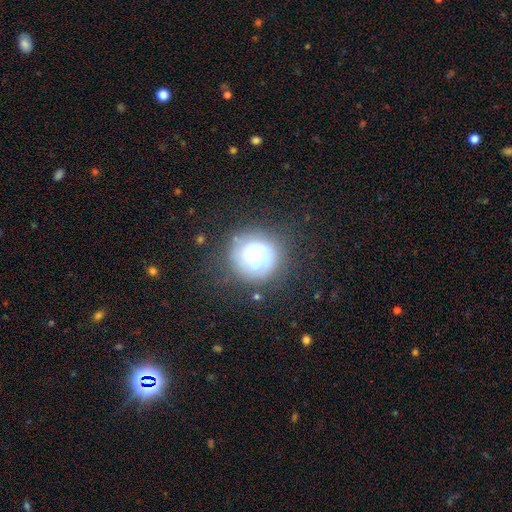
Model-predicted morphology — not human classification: type=smooth (45%); merging=none (66%).